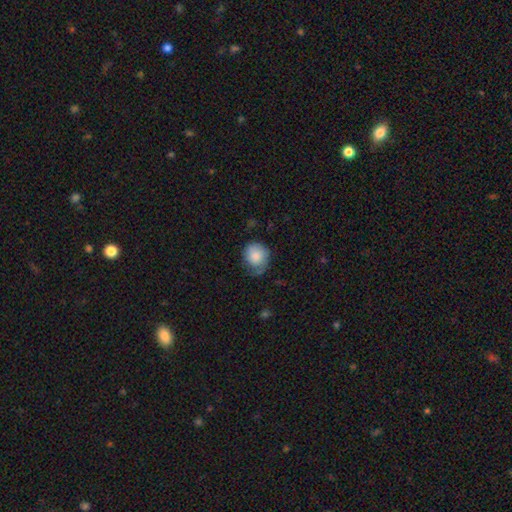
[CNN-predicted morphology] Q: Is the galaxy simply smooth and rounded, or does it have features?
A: smooth — 75%.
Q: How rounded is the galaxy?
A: round — 74%.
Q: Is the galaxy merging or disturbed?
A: none — 48%.